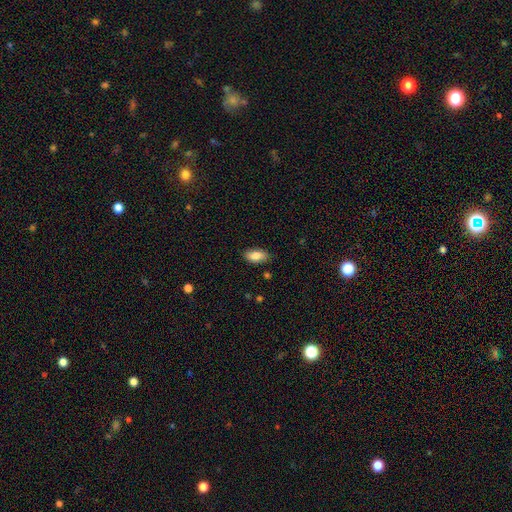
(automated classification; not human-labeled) A smooth galaxy with no disk features (84%) that is in between round and cigar-shaped (91%).

Vote fractions:
- Smooth or featured? smooth: 84% / featured or disk: 8% / star or artifact: 7%
- How rounded? in between: 91% / cigar-shaped: 6% / round: 3%
- Merging? none: 84% / minor disturbance: 12% / major disturbance: 2% / merger: 1%